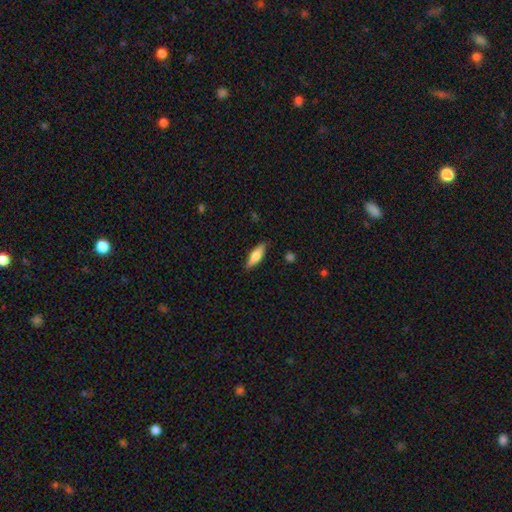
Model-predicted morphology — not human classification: Overall: smooth (62%; featured or disk 32%). How rounded: cigar-shaped (52%; in between 46%). Merging: none (86%).